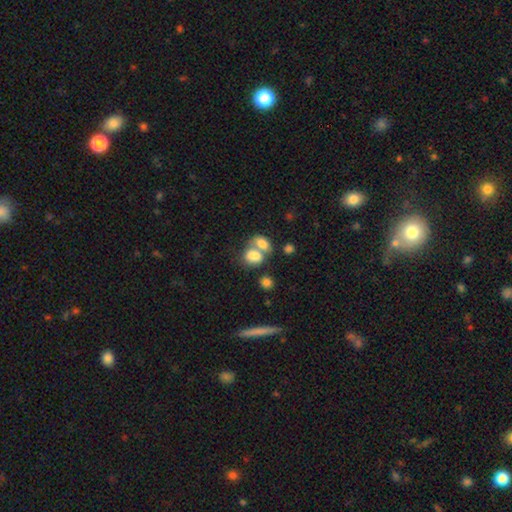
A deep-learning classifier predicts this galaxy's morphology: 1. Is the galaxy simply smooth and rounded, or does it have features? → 76% smooth, 15% featured or disk, 10% star or artifact.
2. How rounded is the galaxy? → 74% in between, 24% round, 2% cigar-shaped.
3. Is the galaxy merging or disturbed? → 62% merger, 25% none, 8% minor disturbance, 5% major disturbance.